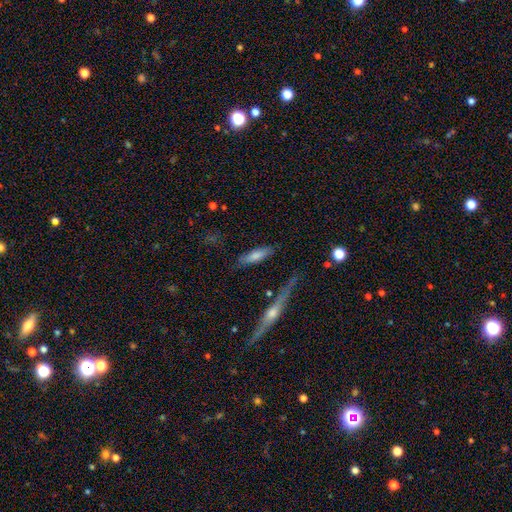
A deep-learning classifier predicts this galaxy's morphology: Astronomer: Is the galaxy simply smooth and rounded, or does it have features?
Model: smooth — 72%.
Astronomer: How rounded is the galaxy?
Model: cigar-shaped — 61% (runner-up: in between, 37%).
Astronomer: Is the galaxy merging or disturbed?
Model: none — 76%.